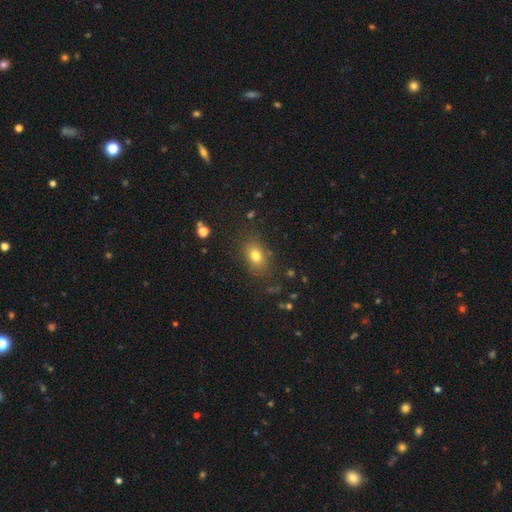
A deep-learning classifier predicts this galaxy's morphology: Smooth or featured? smooth (77%)
How rounded? in between (74%)
Merging? none (80%)